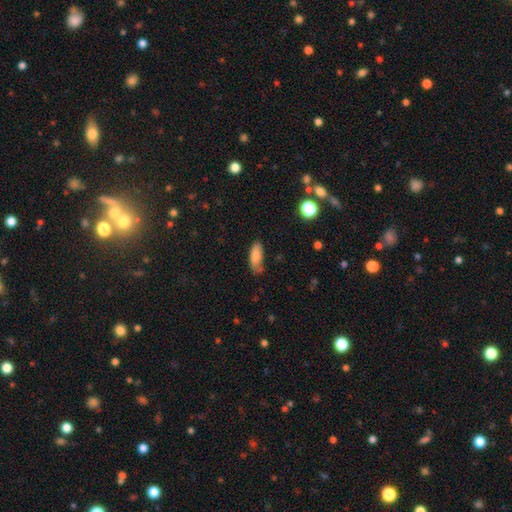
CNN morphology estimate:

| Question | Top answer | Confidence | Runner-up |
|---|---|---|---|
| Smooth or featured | smooth | 83% | featured or disk (9%) |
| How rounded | in between | 75% | cigar-shaped (23%) |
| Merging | none | 62% | minor disturbance (28%) |